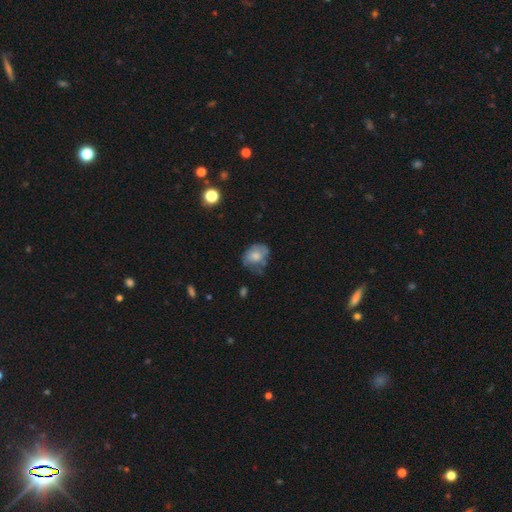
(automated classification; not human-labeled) smooth 66%, featured or disk 25%, star or artifact 9%. Down the decision tree: how rounded — in between (61%); merging — none (47%).